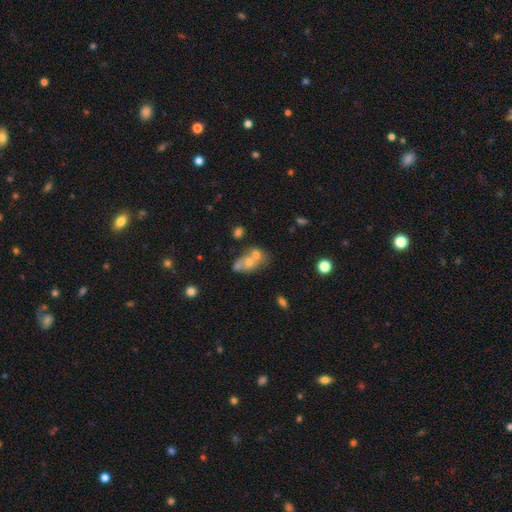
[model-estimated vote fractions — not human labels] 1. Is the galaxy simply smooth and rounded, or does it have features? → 56% smooth, 31% featured or disk, 14% star or artifact.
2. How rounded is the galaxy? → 60% in between, 37% round, 2% cigar-shaped.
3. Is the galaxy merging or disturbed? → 59% merger, 26% none, 9% minor disturbance, 6% major disturbance.